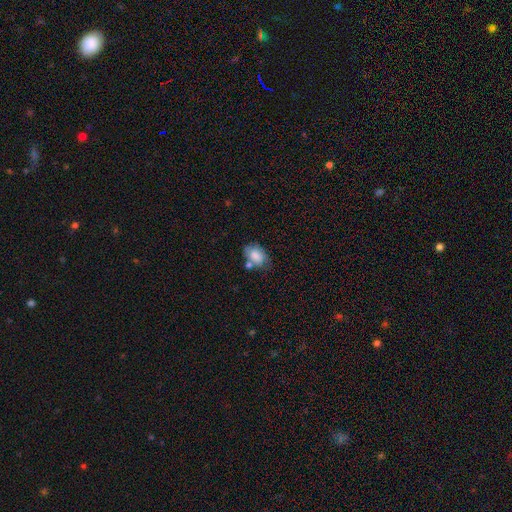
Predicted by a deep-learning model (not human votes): A smooth galaxy with no disk features (79%) that is in between round and cigar-shaped (83%).

Vote fractions:
- Smooth or featured? smooth: 79% / featured or disk: 13% / star or artifact: 8%
- How rounded? in between: 83% / round: 15% / cigar-shaped: 1%
- Merging? none: 49% / minor disturbance: 24% / merger: 19% / major disturbance: 8%